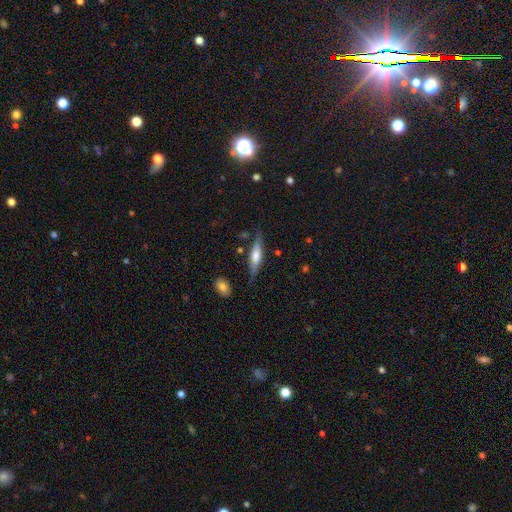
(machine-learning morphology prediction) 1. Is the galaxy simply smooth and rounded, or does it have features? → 50% featured or disk, 43% smooth, 7% star or artifact.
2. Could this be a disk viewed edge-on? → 92% yes, 8% no.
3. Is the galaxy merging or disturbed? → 78% none, 15% minor disturbance, 4% major disturbance, 3% merger.